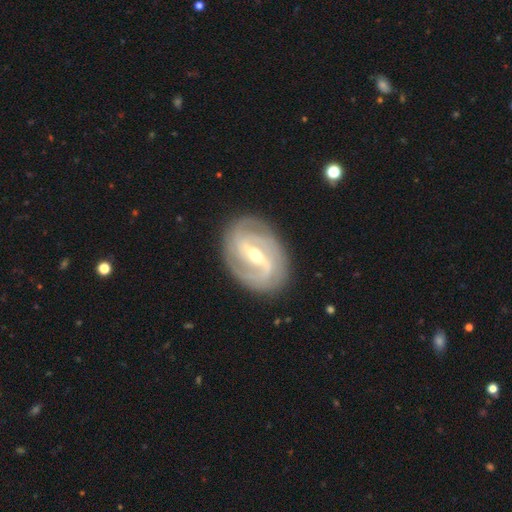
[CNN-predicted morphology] Smooth or featured? Predicted: featured or disk (p=0.89). Edge-on disk? Predicted: no (p=0.96). Bar? Predicted: strong (p=0.58). Spiral arms? Predicted: yes (p=0.96). Spiral winding? Predicted: tight (p=0.46). Spiral arm count? Predicted: 2 (p=0.52). Bulge size? Predicted: moderate (p=0.49). Merging? Predicted: none (p=0.83).